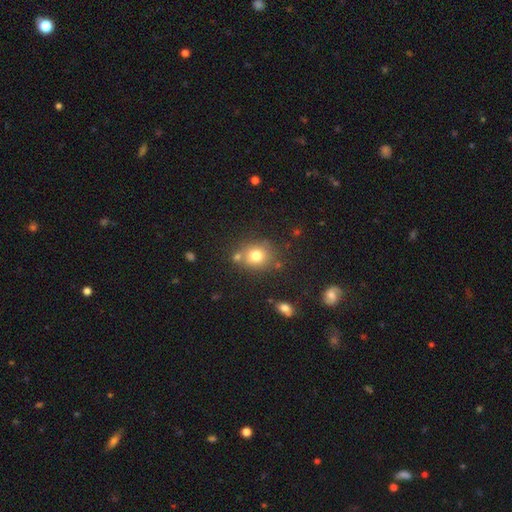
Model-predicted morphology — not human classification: smooth 76%, star or artifact 13%, featured or disk 11%. Down the decision tree: how rounded — round (73%); merging — none (69%).